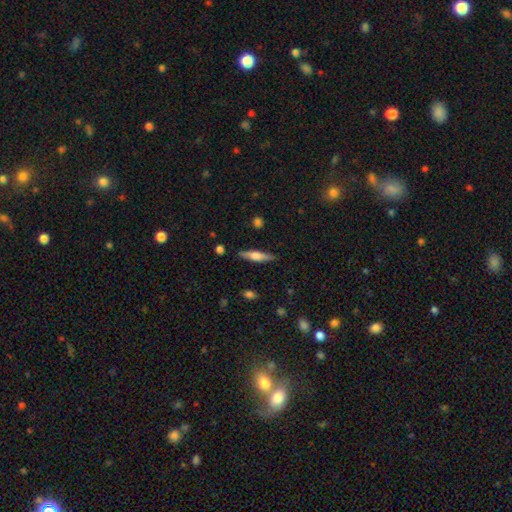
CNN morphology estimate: This is possibly a featured or disk galaxy (50%). Merging: clearly none (88%).